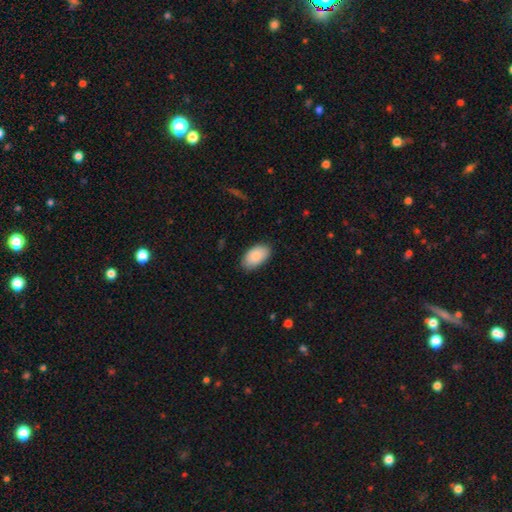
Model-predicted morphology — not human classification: Smooth or featured? smooth (88%)
How rounded? in between (95%)
Merging? none (85%)